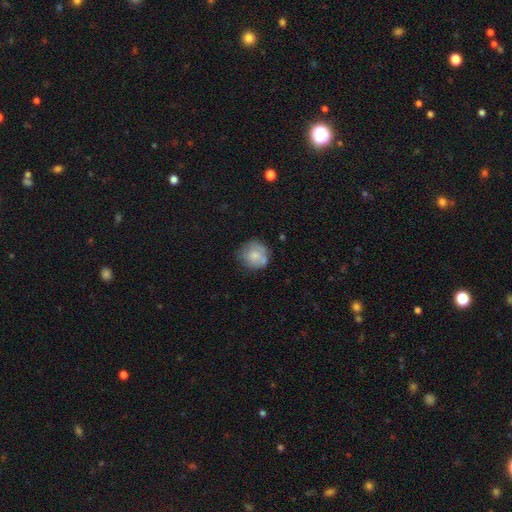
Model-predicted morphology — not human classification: A smooth galaxy with no disk features (72%) that is round (89%).

Vote fractions:
- Smooth or featured? smooth: 72% / featured or disk: 20% / star or artifact: 8%
- How rounded? round: 89% / in between: 10% / cigar-shaped: 1%
- Merging? none: 66% / minor disturbance: 24% / major disturbance: 7% / merger: 4%